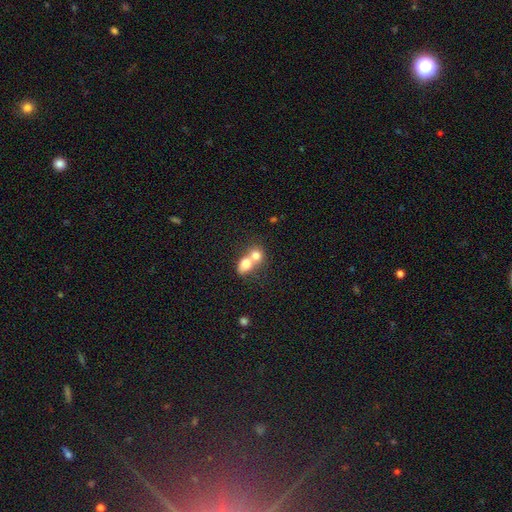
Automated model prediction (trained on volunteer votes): Q: Smooth or featured?
A: smooth (74%); runner-up: featured or disk (17%)
Q: How rounded?
A: round (58%); runner-up: in between (40%)
Q: Merging?
A: merger (75%); runner-up: none (18%)